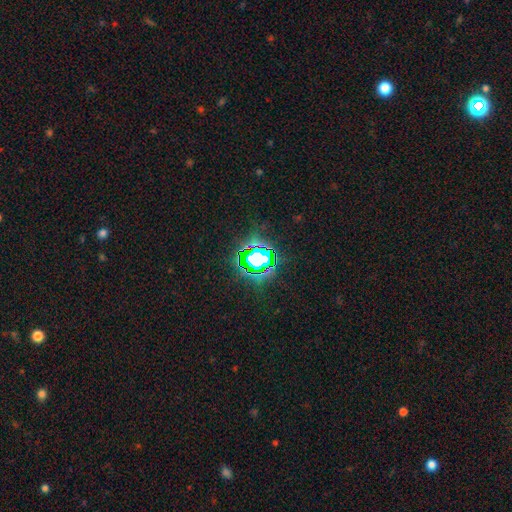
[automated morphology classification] smooth_or_featured: star or artifact (p=0.71) [alt: smooth p=0.17]